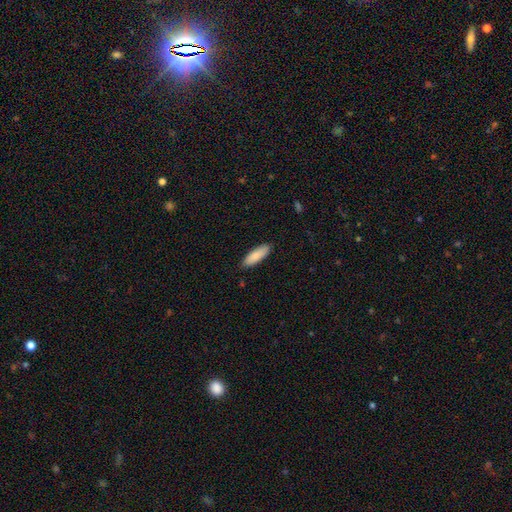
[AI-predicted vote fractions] This appears to be a smooth galaxy with no disk features (87%) that is in between round and cigar-shaped (55%). Merging: none (87%).